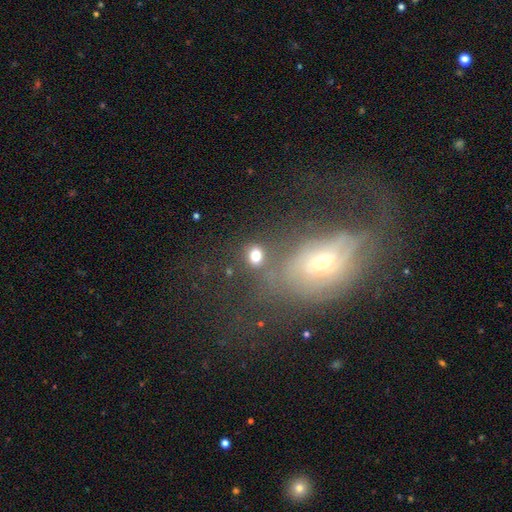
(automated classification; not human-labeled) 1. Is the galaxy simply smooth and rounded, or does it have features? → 78% smooth, 14% star or artifact, 8% featured or disk.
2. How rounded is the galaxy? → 53% round, 45% in between, 2% cigar-shaped.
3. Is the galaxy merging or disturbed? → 73% none, 11% minor disturbance, 10% merger, 5% major disturbance.